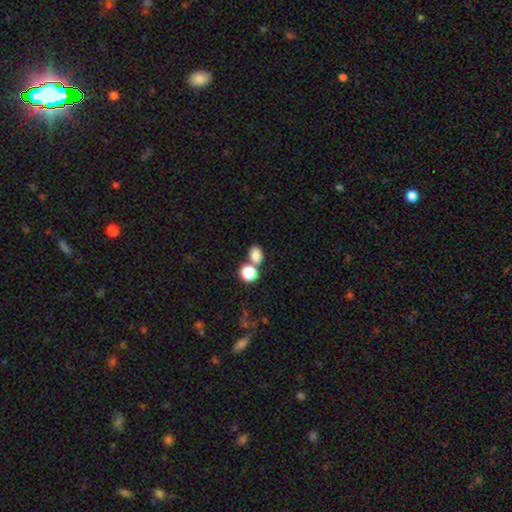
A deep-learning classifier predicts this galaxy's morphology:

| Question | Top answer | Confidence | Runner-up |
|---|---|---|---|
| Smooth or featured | smooth | 82% | star or artifact (12%) |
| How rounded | in between | 68% | round (30%) |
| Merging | none | 52% | merger (34%) |